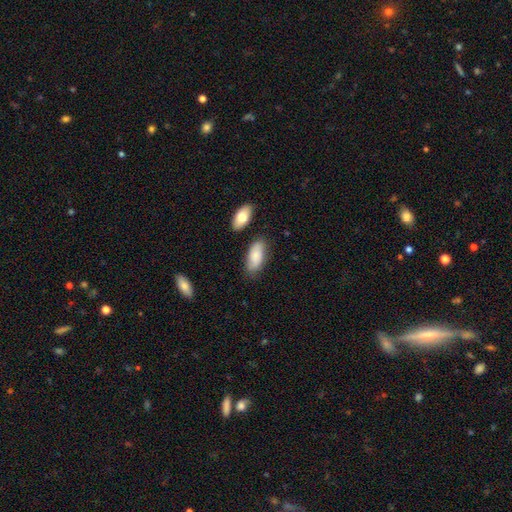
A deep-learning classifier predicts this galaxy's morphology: Smooth or featured?
  - smooth: 78% *
  - featured or disk: 16%
  - star or artifact: 6%
How rounded?
  - in between: 90% *
  - cigar-shaped: 7%
  - round: 3%
Merging?
  - none: 71% *
  - minor disturbance: 19%
  - merger: 5%
  - major disturbance: 4%